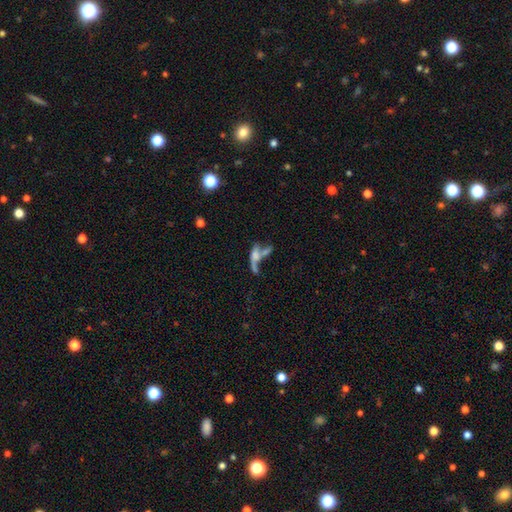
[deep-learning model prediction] smooth-or-featured: smooth: 43% (tied) | featured or disk: 43% (tied) | star or artifact: 15%
  merging: merger: 52% | none: 22% | major disturbance: 16% | minor disturbance: 10%